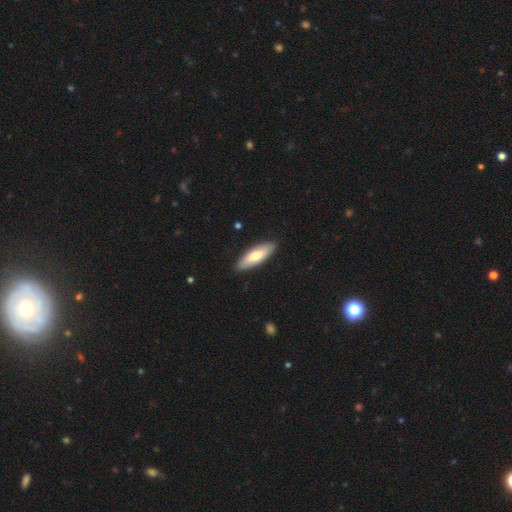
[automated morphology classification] Q: Smooth or featured?
A: smooth (69%); runner-up: featured or disk (26%)
Q: How rounded?
A: in between (58%); runner-up: cigar-shaped (40%)
Q: Merging?
A: none (89%); runner-up: minor disturbance (9%)